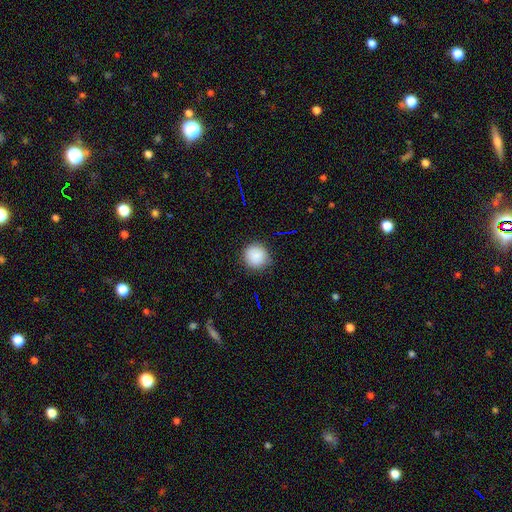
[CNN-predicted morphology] This is clearly a smooth galaxy (87%). How rounded: clearly round (93%). Merging: clearly none (87%).